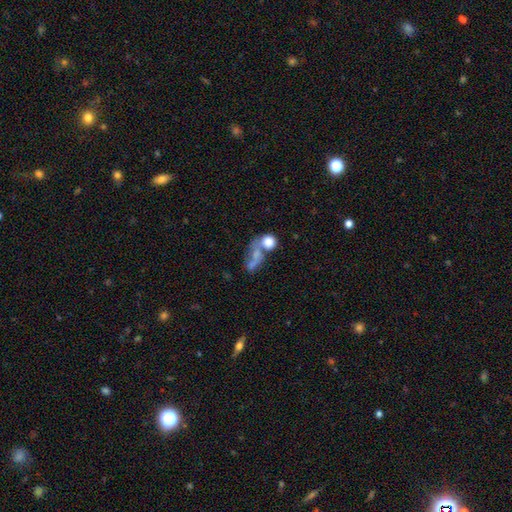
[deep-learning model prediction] A smooth galaxy with no disk features (55%) that is in between round and cigar-shaped (55%).

Vote fractions:
- Smooth or featured? smooth: 55% / featured or disk: 28% / star or artifact: 17%
- How rounded? in between: 55% / round: 37% / cigar-shaped: 8%
- Merging? merger: 49% / none: 22% / major disturbance: 18% / minor disturbance: 11%